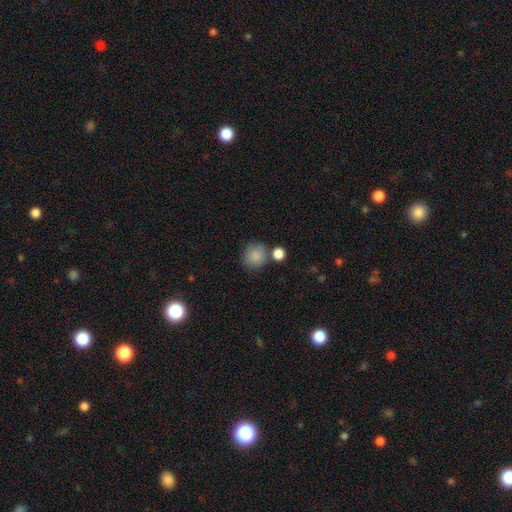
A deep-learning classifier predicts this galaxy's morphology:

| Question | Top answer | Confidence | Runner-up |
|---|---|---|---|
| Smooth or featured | smooth | 87% | star or artifact (8%) |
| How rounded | round | 85% | in between (14%) |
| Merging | none | 70% | merger (16%) |